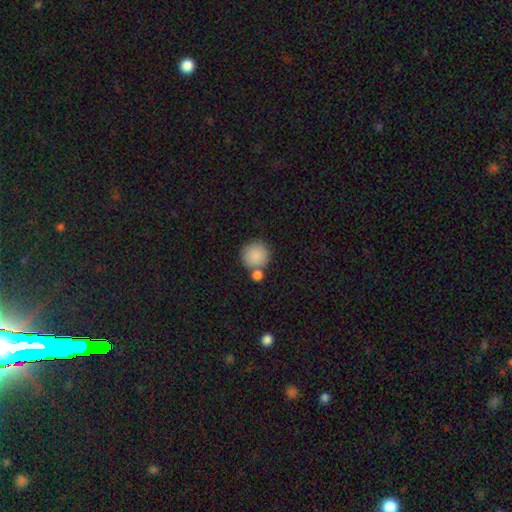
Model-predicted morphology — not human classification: This appears to be a smooth galaxy with no disk features (87%) that is round (93%). Merging: none (65%).